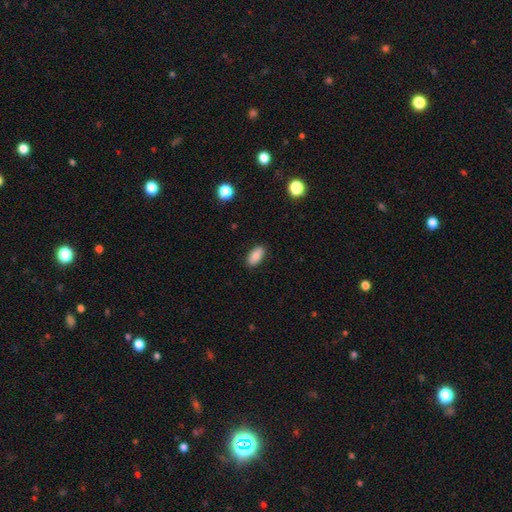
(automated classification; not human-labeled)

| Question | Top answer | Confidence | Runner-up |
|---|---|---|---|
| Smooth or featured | smooth | 83% | featured or disk (9%) |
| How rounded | in between | 92% | cigar-shaped (5%) |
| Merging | none | 88% | minor disturbance (9%) |